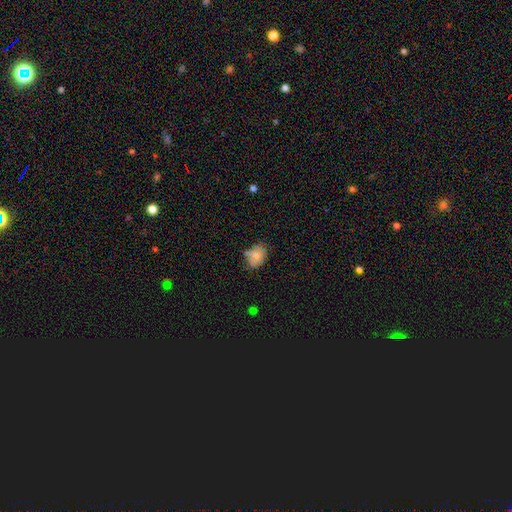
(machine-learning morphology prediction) Smooth or featured?
  - smooth: 74% *
  - featured or disk: 15%
  - star or artifact: 11%
How rounded?
  - in between: 78% *
  - round: 21%
  - cigar-shaped: 1%
Merging?
  - none: 50% *
  - minor disturbance: 29%
  - merger: 11%
  - major disturbance: 10%